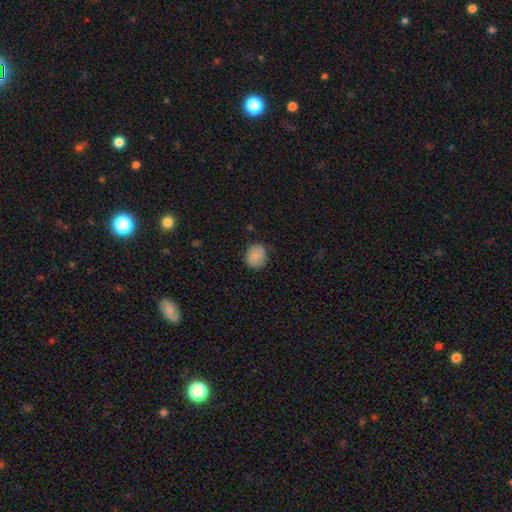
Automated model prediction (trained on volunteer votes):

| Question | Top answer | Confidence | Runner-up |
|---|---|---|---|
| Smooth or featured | smooth | 85% | star or artifact (8%) |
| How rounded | round | 73% | in between (26%) |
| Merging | none | 77% | minor disturbance (18%) |